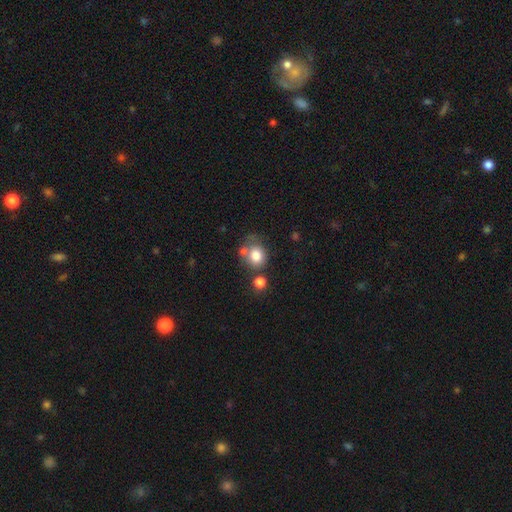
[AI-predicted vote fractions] A smooth galaxy with no disk features (80%) that is round (72%).

Vote fractions:
- Smooth or featured? smooth: 80% / star or artifact: 10% / featured or disk: 10%
- How rounded? round: 72% / in between: 27% / cigar-shaped: 1%
- Merging? none: 51% / merger: 24% / minor disturbance: 17% / major disturbance: 8%